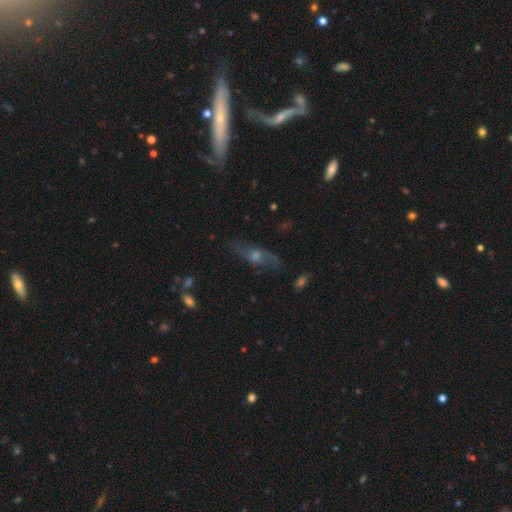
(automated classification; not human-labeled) Morphology: type=featured or disk (57%); edge-on=yes (53%); merging=none (73%).